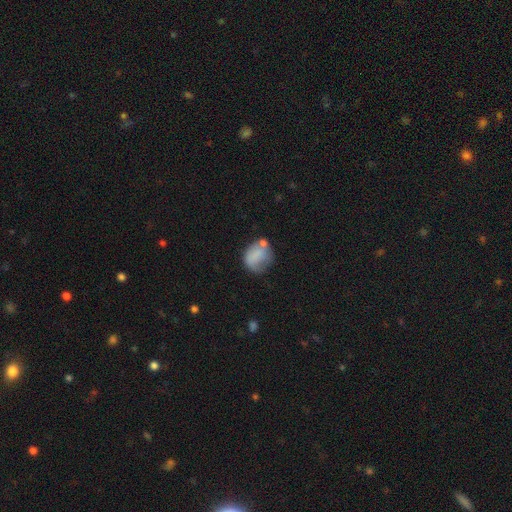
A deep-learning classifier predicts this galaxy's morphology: Smooth or featured? Predicted: smooth (p=0.73). How rounded? Predicted: round (p=0.64). Merging? Predicted: none (p=0.41).